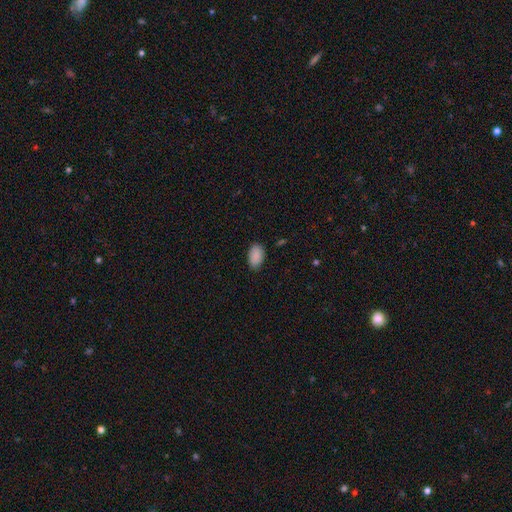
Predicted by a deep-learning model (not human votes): Smooth or featured? smooth (90%)
How rounded? in between (93%)
Merging? none (84%)